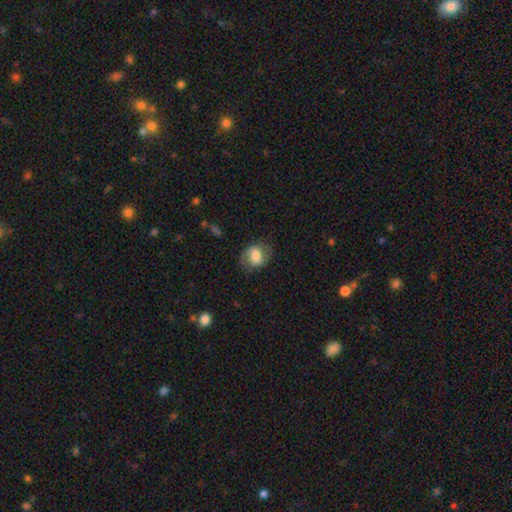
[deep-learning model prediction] A smooth galaxy with no disk features (51%) that is in between round and cigar-shaped (51%). Merging: none (69%).